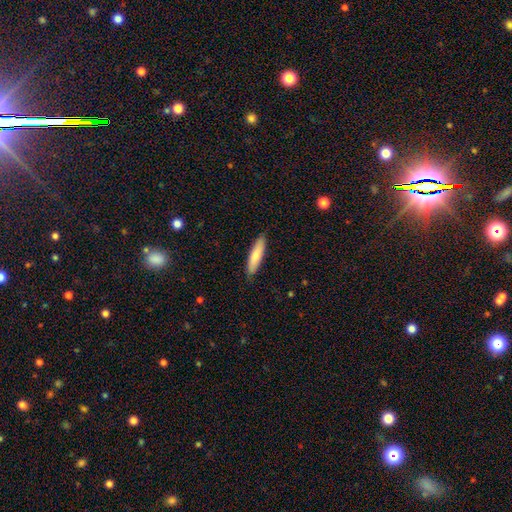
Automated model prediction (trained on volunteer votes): Q: Smooth or featured?
A: smooth (76%); runner-up: featured or disk (19%)
Q: How rounded?
A: cigar-shaped (76%); runner-up: in between (22%)
Q: Merging?
A: none (87%); runner-up: minor disturbance (10%)